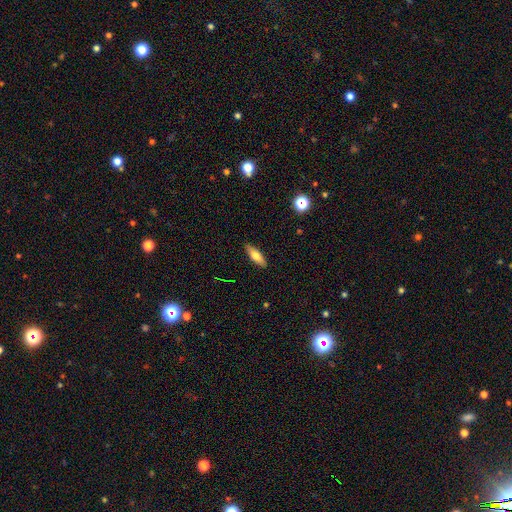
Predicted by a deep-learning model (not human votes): This is likely a smooth galaxy (67%). How rounded: possibly in between (52%). Merging: clearly none (88%).